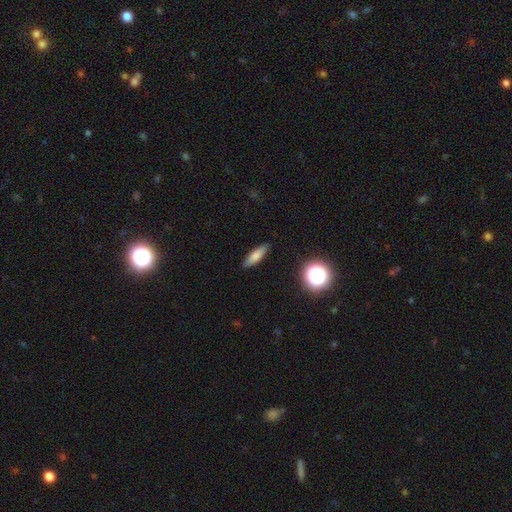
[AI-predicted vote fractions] Smooth or featured: smooth — 72% (featured or disk — 18%)
How rounded: cigar-shaped — 54% (in between — 42%)
Merging: none — 86% (minor disturbance — 10%)